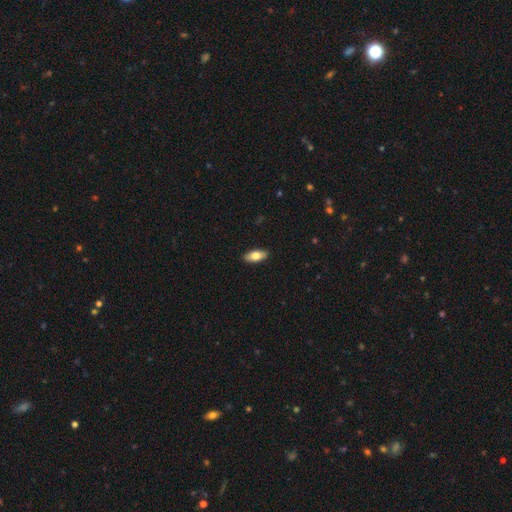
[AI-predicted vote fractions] smooth-or-featured: smooth: 74% | featured or disk: 20% | star or artifact: 6%
  how-rounded: in between: 84% | cigar-shaped: 13% | round: 3%
  merging: none: 90% | minor disturbance: 7% | major disturbance: 2% | merger: 1%